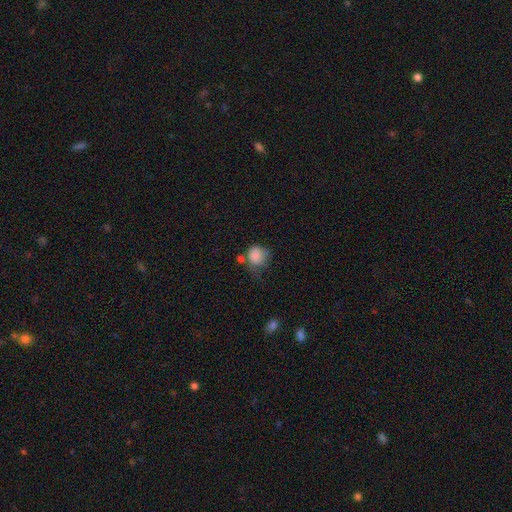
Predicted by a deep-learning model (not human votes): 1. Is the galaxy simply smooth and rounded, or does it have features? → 83% smooth, 9% star or artifact, 8% featured or disk.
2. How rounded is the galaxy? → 76% round, 23% in between, 1% cigar-shaped.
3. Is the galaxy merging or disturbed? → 38% none, 33% minor disturbance, 20% major disturbance, 10% merger.